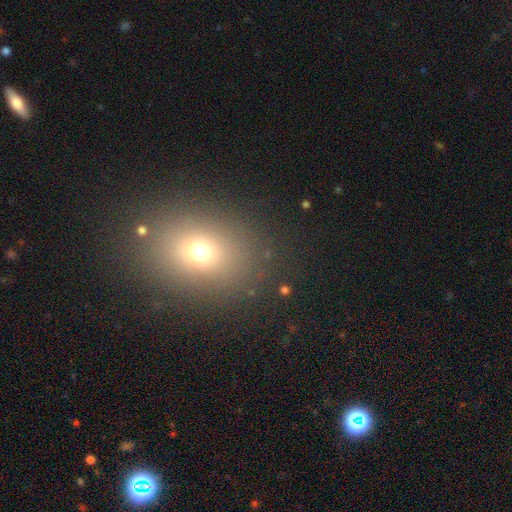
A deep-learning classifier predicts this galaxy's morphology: type=smooth (65%); roundness=in between (59%); merging=none (86%).